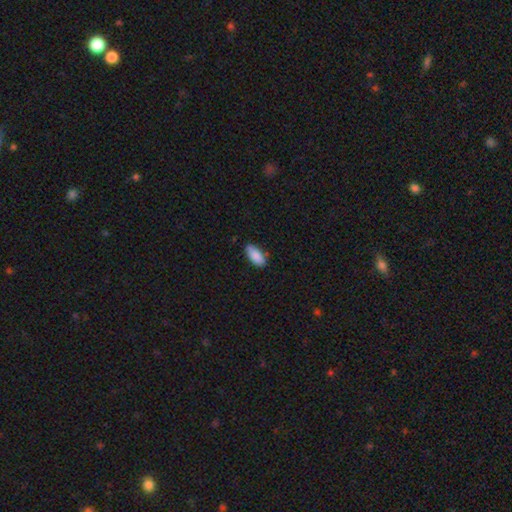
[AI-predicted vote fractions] This is clearly a smooth galaxy (88%). How rounded: clearly in between (87%). Merging: likely none (77%).